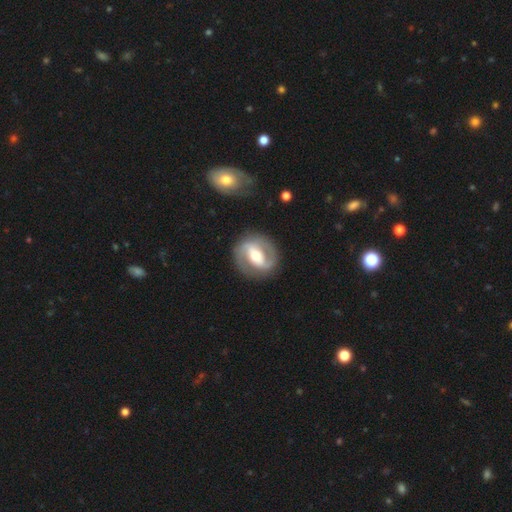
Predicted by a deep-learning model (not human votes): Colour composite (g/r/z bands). It shows a featured or disk galaxy (83%) with a strong bar (48%), 2 (90%) medium (48%) spiral arms (89%) and a moderate central bulge (68%). Merging: none (85%).